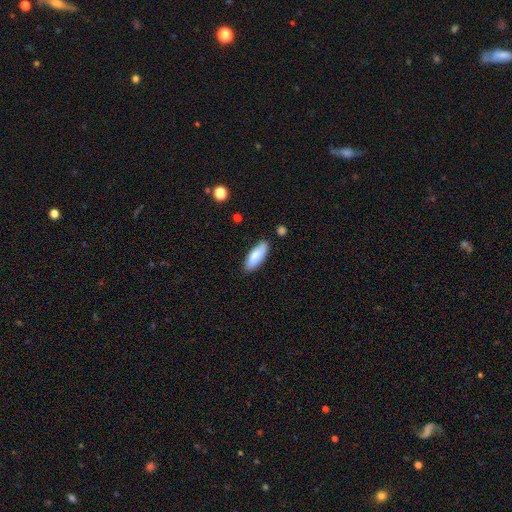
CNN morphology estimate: smooth-or-featured: smooth: 82% | featured or disk: 12% | star or artifact: 6%
  how-rounded: in between: 69% | cigar-shaped: 29% | round: 2%
  merging: none: 84% | minor disturbance: 12% | major disturbance: 2% | merger: 2%